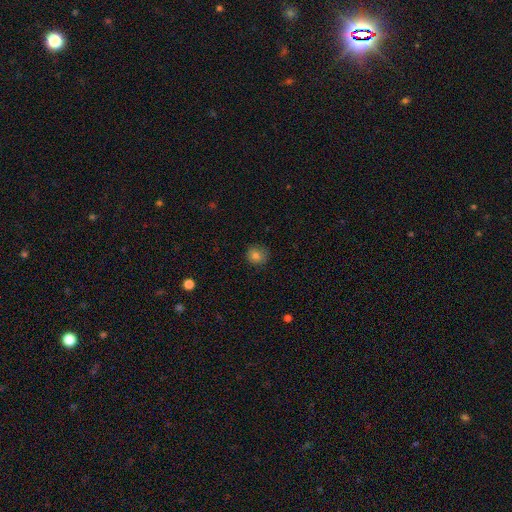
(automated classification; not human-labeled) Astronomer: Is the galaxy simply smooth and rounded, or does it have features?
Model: smooth — 81%.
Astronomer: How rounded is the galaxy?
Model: round — 83%.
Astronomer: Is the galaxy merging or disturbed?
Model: none — 82%.